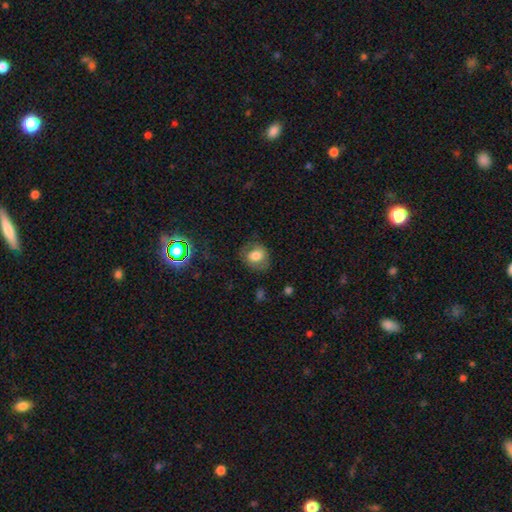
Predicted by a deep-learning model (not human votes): This is likely a smooth galaxy (71%). How rounded: likely round (62%). Merging: likely none (68%).